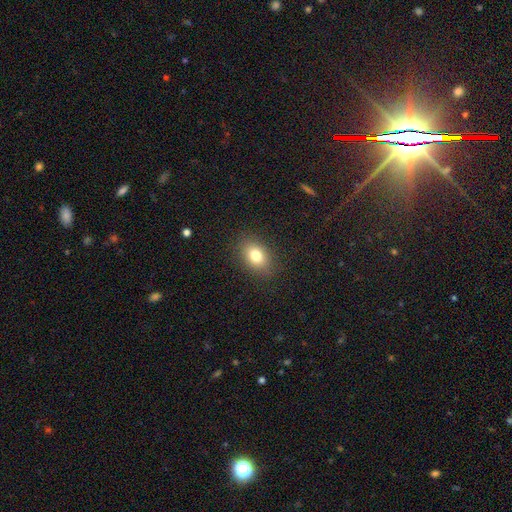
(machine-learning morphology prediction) The model was most divided on "how rounded": in between: 75%, round: 24%, cigar-shaped: 1%. More confident: merging — none (87%); smooth or featured — smooth (79%).